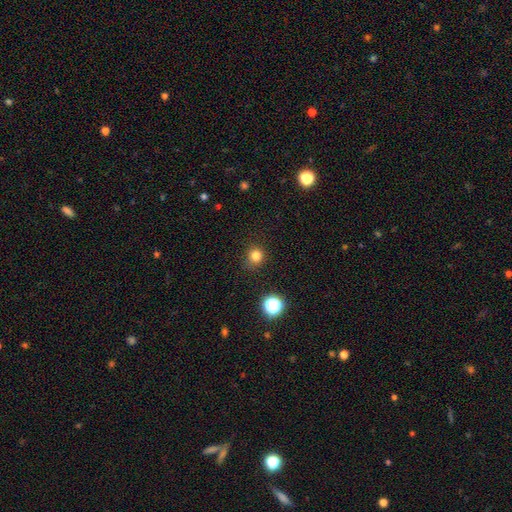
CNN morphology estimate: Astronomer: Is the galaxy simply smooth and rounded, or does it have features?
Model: smooth — 80%.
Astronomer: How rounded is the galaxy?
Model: round — 89%.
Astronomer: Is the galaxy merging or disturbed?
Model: none — 85%.